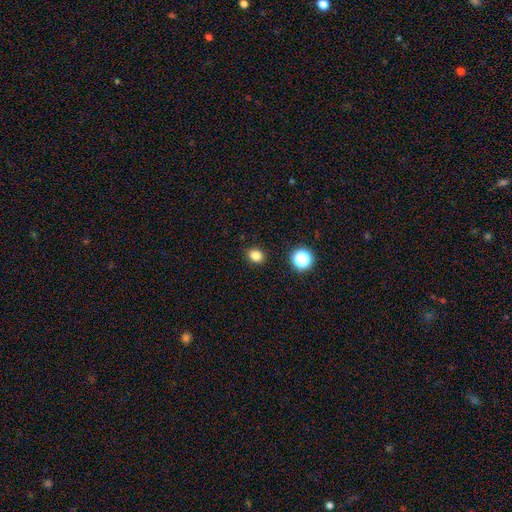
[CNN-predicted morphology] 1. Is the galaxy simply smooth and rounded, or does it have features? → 82% smooth, 14% star or artifact, 4% featured or disk.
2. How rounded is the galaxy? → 63% round, 36% in between, 1% cigar-shaped.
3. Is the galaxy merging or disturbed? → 90% none, 7% minor disturbance, 2% major disturbance, 1% merger.